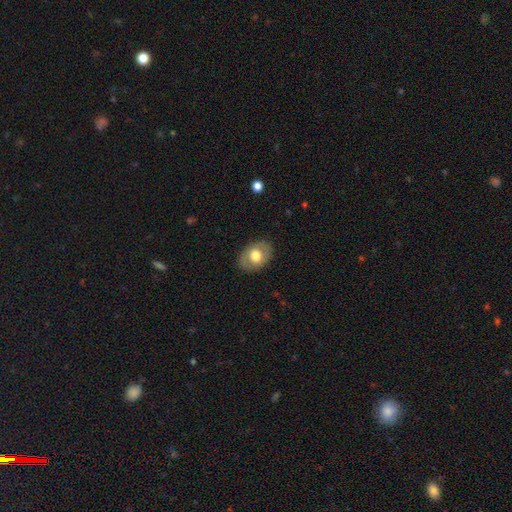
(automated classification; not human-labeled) The model was most divided on "smooth or featured": smooth: 59%, featured or disk: 34%, star or artifact: 7%. More confident: merging — none (83%); how rounded — in between (70%).